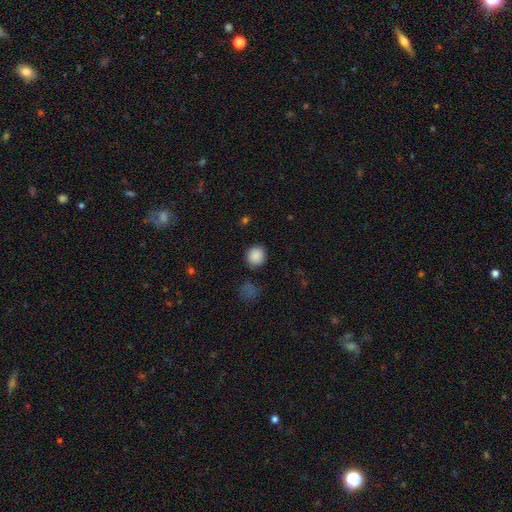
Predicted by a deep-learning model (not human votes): Smooth or featured: smooth — 87% (star or artifact — 9%)
How rounded: round — 87% (in between — 12%)
Merging: none — 83% (minor disturbance — 10%)